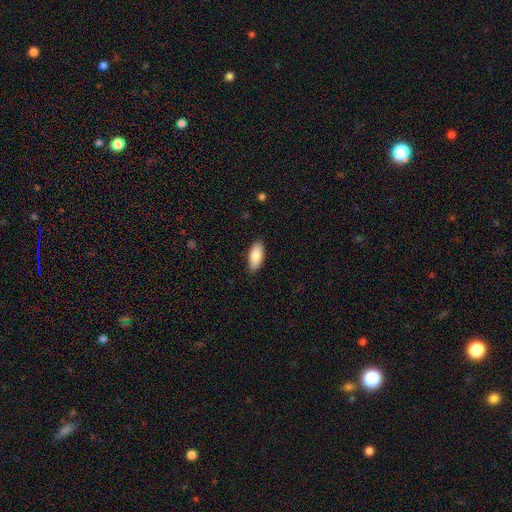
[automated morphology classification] Smooth or featured: smooth — 87% (featured or disk — 7%)
How rounded: in between — 90% (cigar-shaped — 9%)
Merging: none — 88% (minor disturbance — 9%)